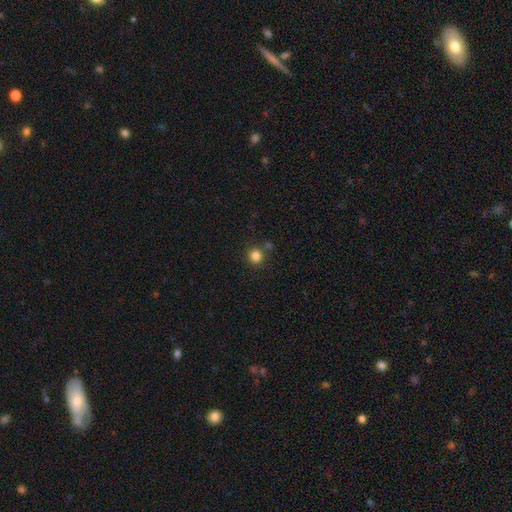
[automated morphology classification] The model was most divided on "merging": none: 78%, merger: 10%, minor disturbance: 9%, major disturbance: 3%. More confident: how rounded — round (92%); smooth or featured — smooth (83%).